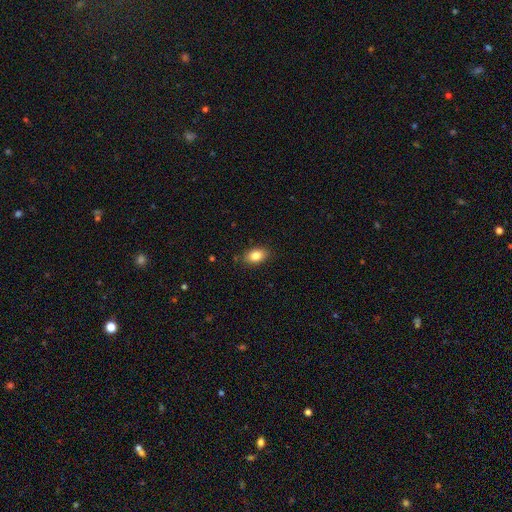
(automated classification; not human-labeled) The model was most divided on "merging": none: 85%, minor disturbance: 11%, major disturbance: 2%, merger: 1%. More confident: how rounded — in between (87%); smooth or featured — smooth (84%).